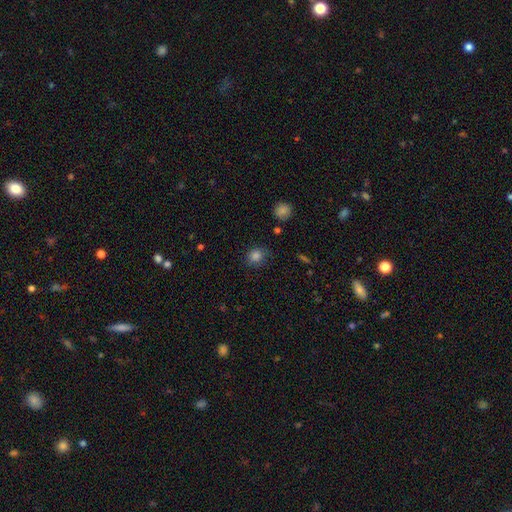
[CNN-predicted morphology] Smooth or featured: smooth — 83% (star or artifact — 13%)
How rounded: round — 81% (in between — 18%)
Merging: none — 80% (minor disturbance — 15%)